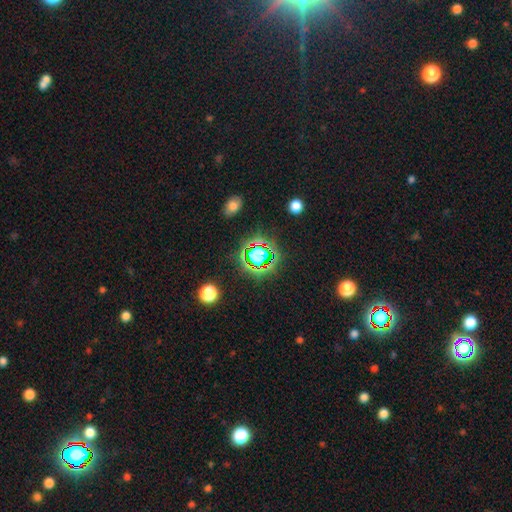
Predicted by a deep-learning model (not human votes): This is likely a star or artifact rather than a galaxy (64%).